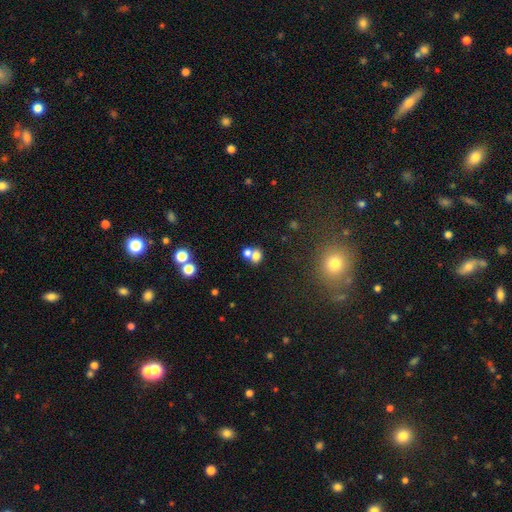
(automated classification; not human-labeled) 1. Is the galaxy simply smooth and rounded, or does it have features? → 72% smooth, 15% star or artifact, 14% featured or disk.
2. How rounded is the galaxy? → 57% round, 42% in between, 1% cigar-shaped.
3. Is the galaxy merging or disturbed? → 54% merger, 35% none, 7% minor disturbance, 4% major disturbance.